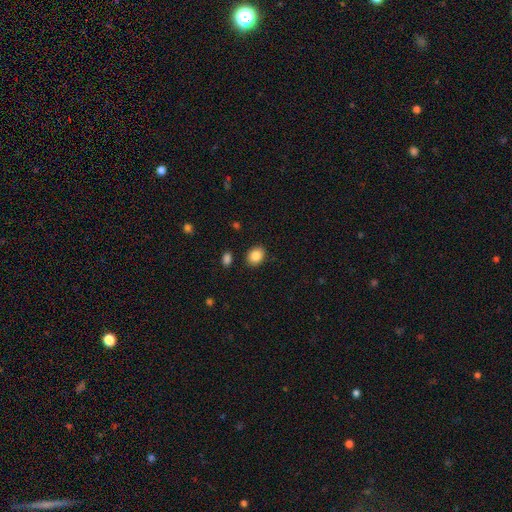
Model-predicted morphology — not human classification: Smooth or featured? smooth (87%)
How rounded? in between (58%)
Merging? none (87%)